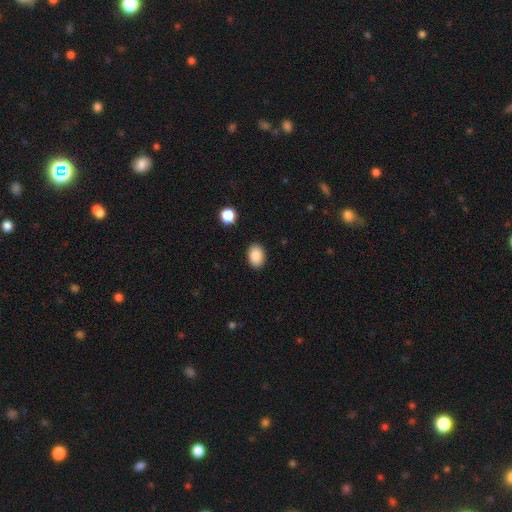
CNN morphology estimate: Smooth or featured?
  - smooth: 88% *
  - star or artifact: 8%
  - featured or disk: 4%
How rounded?
  - in between: 76% *
  - round: 23%
  - cigar-shaped: 1%
Merging?
  - none: 89% *
  - minor disturbance: 8%
  - major disturbance: 2%
  - merger: 1%